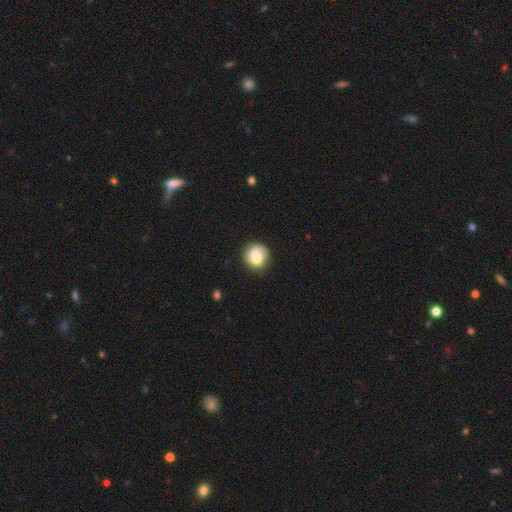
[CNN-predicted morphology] Overall: smooth (70%). How rounded: round (84%). Merging: none (74%).